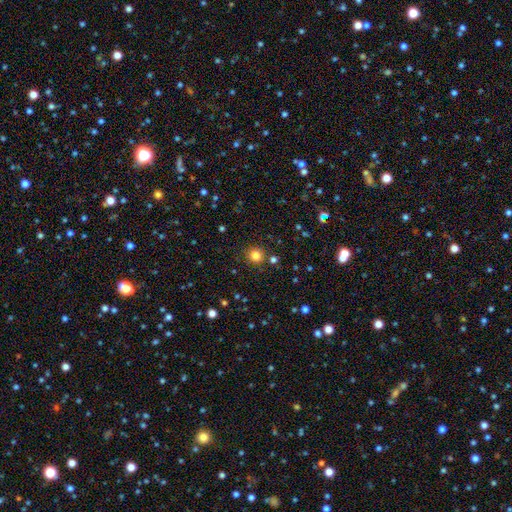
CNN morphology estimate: smooth_or_featured: smooth (p=0.81) [alt: star or artifact p=0.14]
how_rounded: round (p=0.92) [alt: in between p=0.07]
merging: none (p=0.87) [alt: minor disturbance p=0.07]